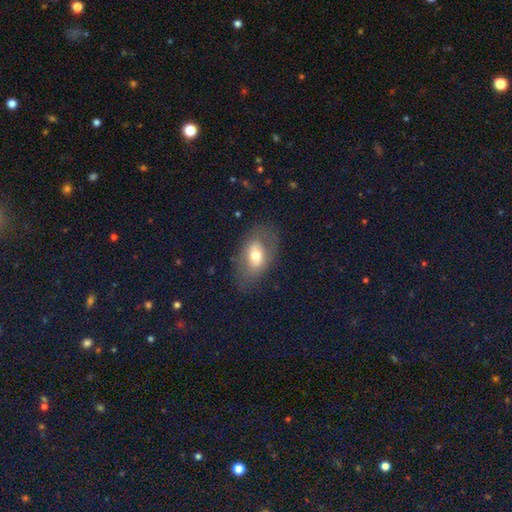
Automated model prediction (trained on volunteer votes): smooth 58%, featured or disk 33%, star or artifact 9%. Down the decision tree: how rounded — in between (84%); merging — none (70%).